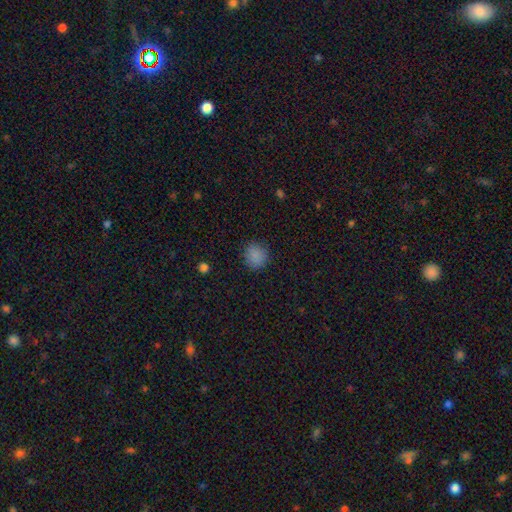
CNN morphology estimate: smooth_or_featured: smooth (p=0.84) [alt: star or artifact p=0.12]
how_rounded: round (p=0.85) [alt: in between p=0.14]
merging: none (p=0.87) [alt: minor disturbance p=0.09]